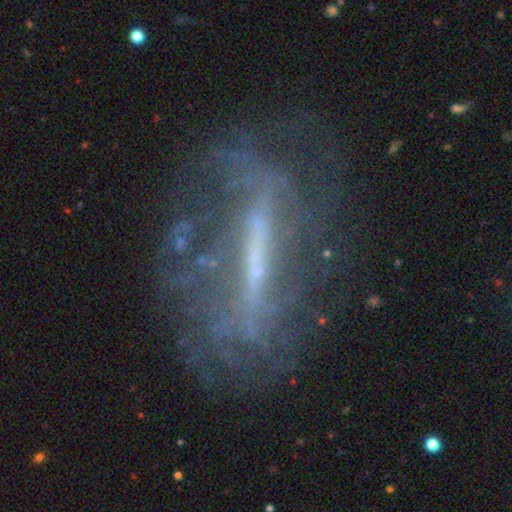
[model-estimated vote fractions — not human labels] A featured or disk galaxy (72%).

Vote fractions:
- Smooth or featured? featured or disk: 72% / smooth: 16% / star or artifact: 13%
- Edge-on disk? no: 62% / yes: 38%
- Merging? none: 60% / minor disturbance: 19% / major disturbance: 18% / merger: 3%